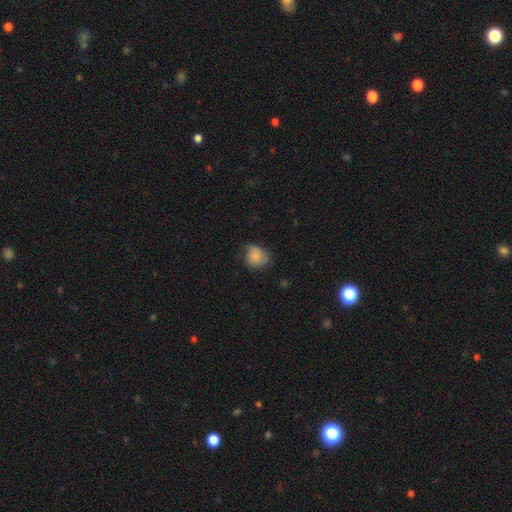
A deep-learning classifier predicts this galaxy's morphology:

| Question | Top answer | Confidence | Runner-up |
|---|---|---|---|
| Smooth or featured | smooth | 76% | featured or disk (16%) |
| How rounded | round | 71% | in between (28%) |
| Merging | none | 55% | minor disturbance (33%) |